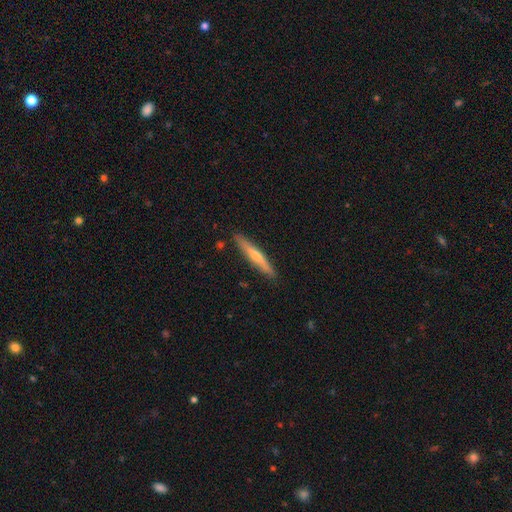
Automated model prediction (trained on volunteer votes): Morphology: type=featured or disk (54%); edge-on=yes (95%); edge-on bulge=rounded (77%); merging=none (89%).